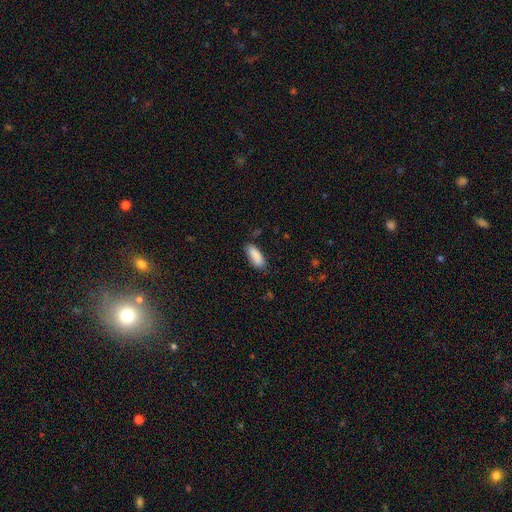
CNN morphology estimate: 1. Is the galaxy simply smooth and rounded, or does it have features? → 88% smooth, 7% star or artifact, 6% featured or disk.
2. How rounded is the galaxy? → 72% in between, 27% cigar-shaped, 2% round.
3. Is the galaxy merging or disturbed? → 76% none, 18% minor disturbance, 3% major disturbance, 2% merger.